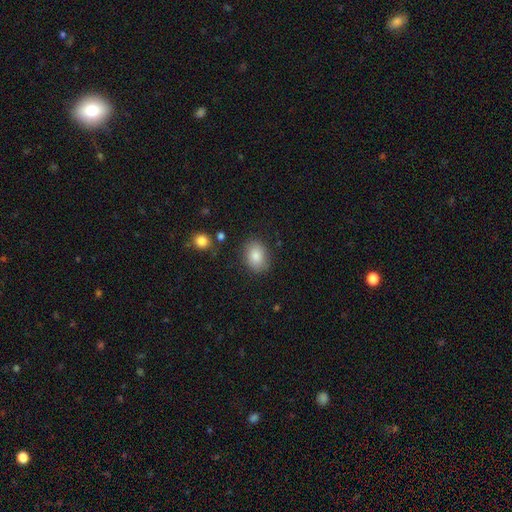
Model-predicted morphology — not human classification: A smooth galaxy with no disk features (84%) that is in between round and cigar-shaped (75%). Merging: none (83%).